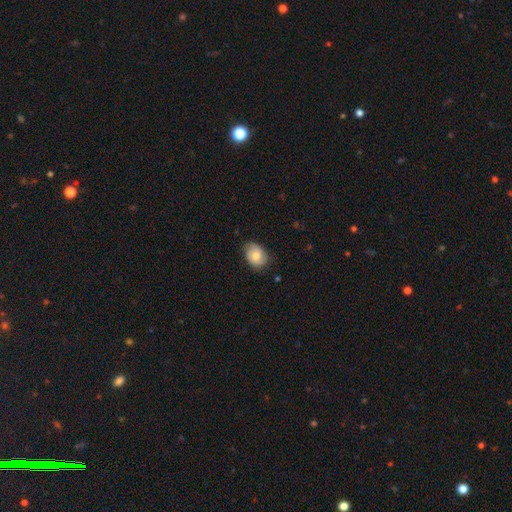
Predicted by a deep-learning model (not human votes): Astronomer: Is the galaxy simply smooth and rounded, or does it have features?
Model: smooth — 69%.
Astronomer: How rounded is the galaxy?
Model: in between — 67%.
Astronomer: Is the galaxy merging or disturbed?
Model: none — 74%.